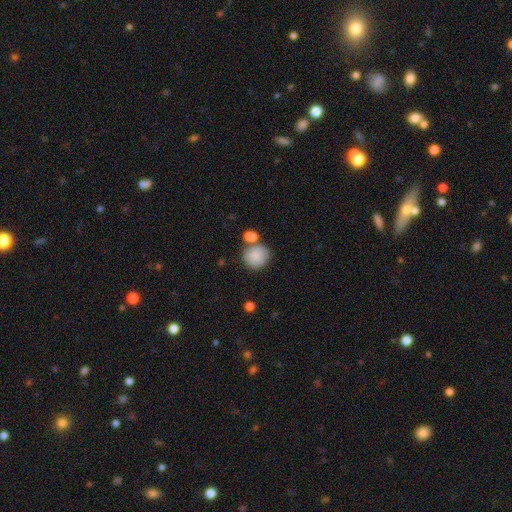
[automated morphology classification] type=smooth (84%); roundness=round (87%); merging=none (59%).